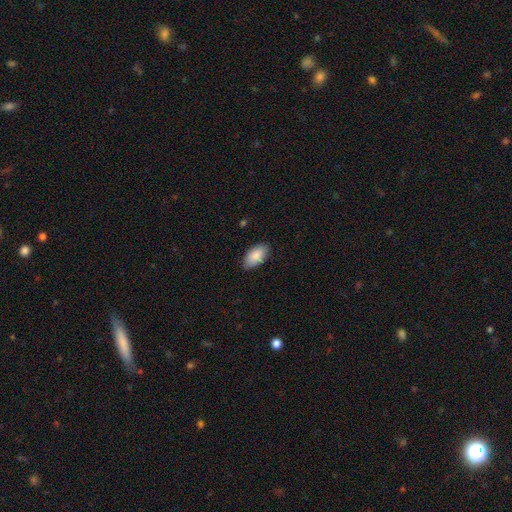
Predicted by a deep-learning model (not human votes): Smooth or featured? Predicted: smooth (p=0.87). How rounded? Predicted: in between (p=0.95). Merging? Predicted: none (p=0.84).